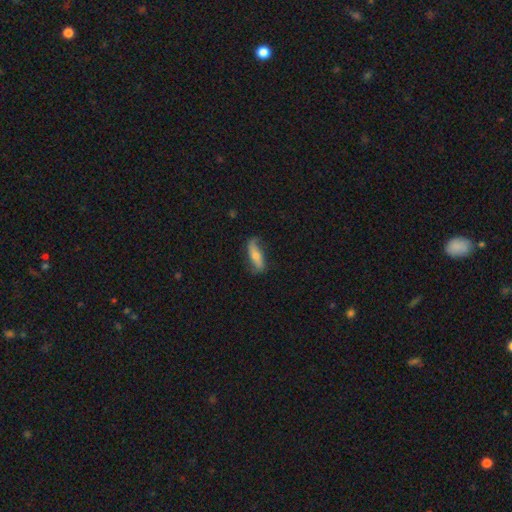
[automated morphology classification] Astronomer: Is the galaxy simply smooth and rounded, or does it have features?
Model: smooth — 49% (runner-up: featured or disk, 44%).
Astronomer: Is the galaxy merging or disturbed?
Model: none — 67%.